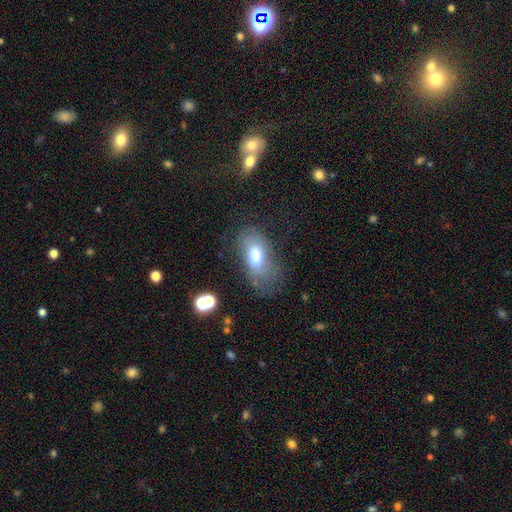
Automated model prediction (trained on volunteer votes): This appears to be a smooth galaxy with no disk features (68%) that is in between round and cigar-shaped (90%). Merging: none (51%).